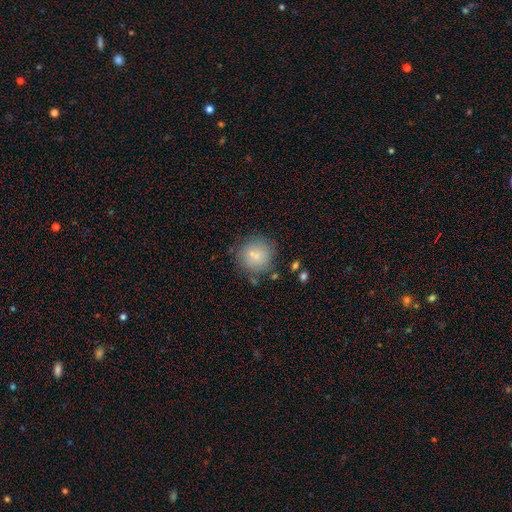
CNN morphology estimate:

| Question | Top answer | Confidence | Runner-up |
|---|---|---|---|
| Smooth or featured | smooth | 78% | featured or disk (13%) |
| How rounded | round | 93% | in between (6%) |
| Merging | none | 73% | minor disturbance (14%) |